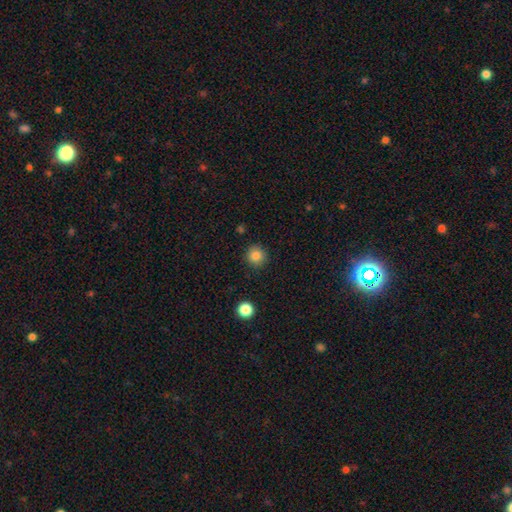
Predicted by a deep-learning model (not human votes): Morphology: type=smooth (85%); roundness=round (93%); merging=none (89%).